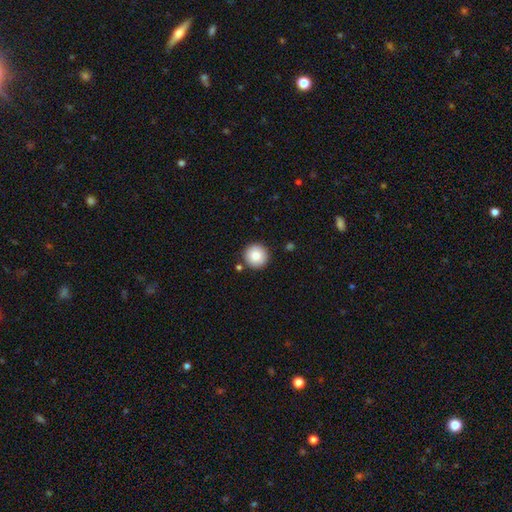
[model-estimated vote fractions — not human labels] smooth_or_featured: smooth (p=0.84) [alt: star or artifact p=0.08]
how_rounded: round (p=0.96) [alt: in between p=0.03]
merging: none (p=0.89) [alt: minor disturbance p=0.06]